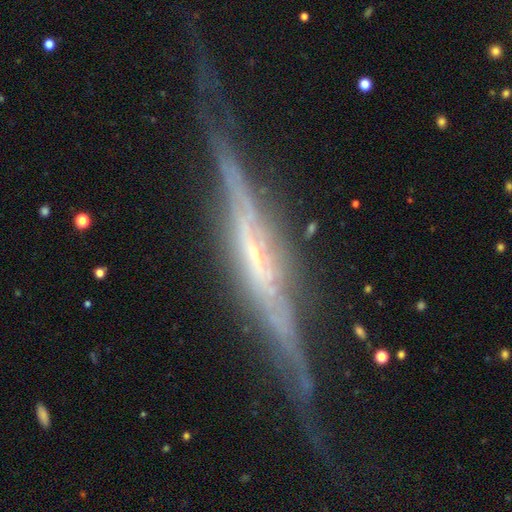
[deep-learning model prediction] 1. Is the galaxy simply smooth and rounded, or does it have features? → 86% featured or disk, 7% smooth, 7% star or artifact.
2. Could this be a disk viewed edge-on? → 95% yes, 5% no.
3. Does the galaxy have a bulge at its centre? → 39% rounded, 36% none, 25% boxy.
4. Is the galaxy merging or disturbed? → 75% none, 16% minor disturbance, 6% major disturbance, 2% merger.